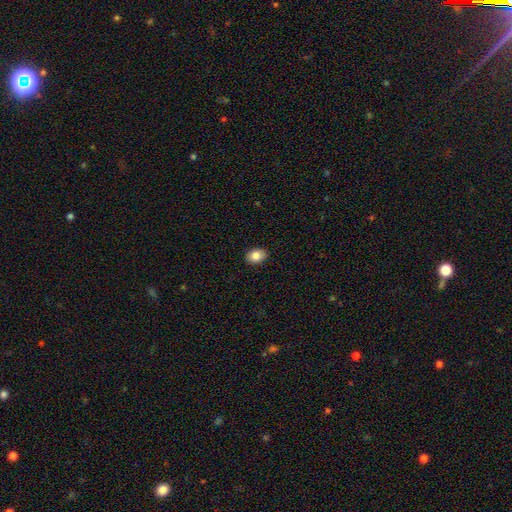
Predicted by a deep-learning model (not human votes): smooth_or_featured: smooth (p=0.83) [alt: featured or disk p=0.09]
how_rounded: in between (p=0.78) [alt: round p=0.20]
merging: none (p=0.90) [alt: minor disturbance p=0.08]